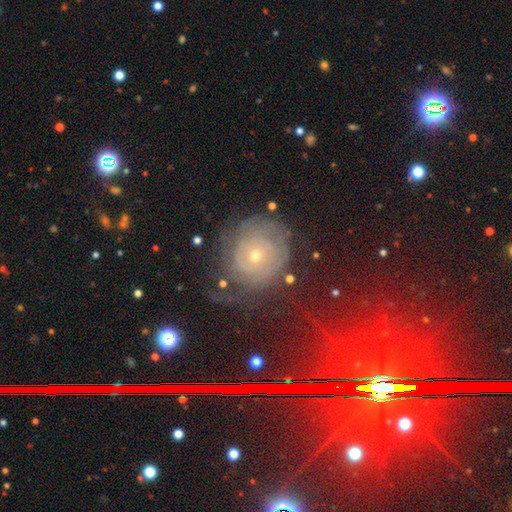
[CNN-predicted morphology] type=featured or disk (71%); edge-on=no (97%); bar=no (81%); spiral arms=yes (81%); winding=tight (76%); arm count=can't tell (54%); bulge=small (68%); merging=none (62%).